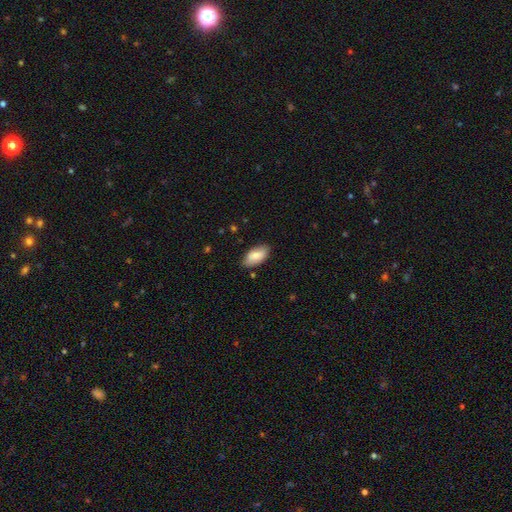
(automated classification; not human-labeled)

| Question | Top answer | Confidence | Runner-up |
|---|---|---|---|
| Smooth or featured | smooth | 81% | featured or disk (13%) |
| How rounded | in between | 94% | cigar-shaped (4%) |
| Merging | none | 81% | minor disturbance (15%) |